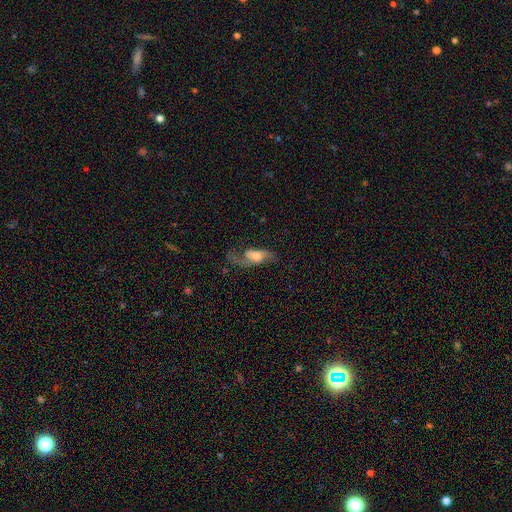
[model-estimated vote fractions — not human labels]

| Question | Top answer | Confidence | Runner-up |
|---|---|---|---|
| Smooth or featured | featured or disk | 62% | smooth (30%) |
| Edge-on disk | no | 88% | yes (12%) |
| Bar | no | 58% | weak (31%) |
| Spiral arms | yes | 84% | no (16%) |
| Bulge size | moderate | 55% | small (20%) |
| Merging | none | 44% | major disturbance (31%) |